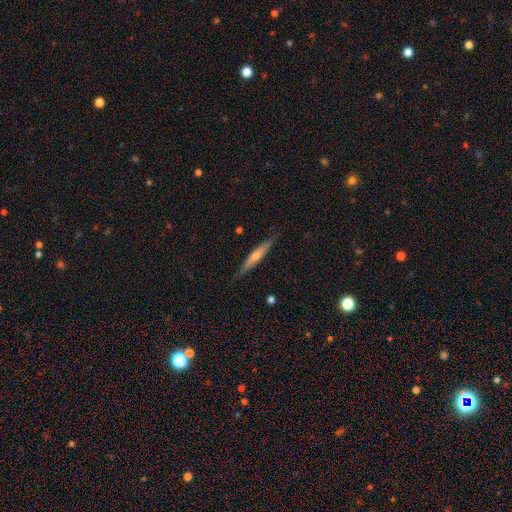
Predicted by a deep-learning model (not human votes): A featured or disk galaxy (61%) viewed edge-on (95%) with a rounded central bulge (75%). Merging: none (86%).